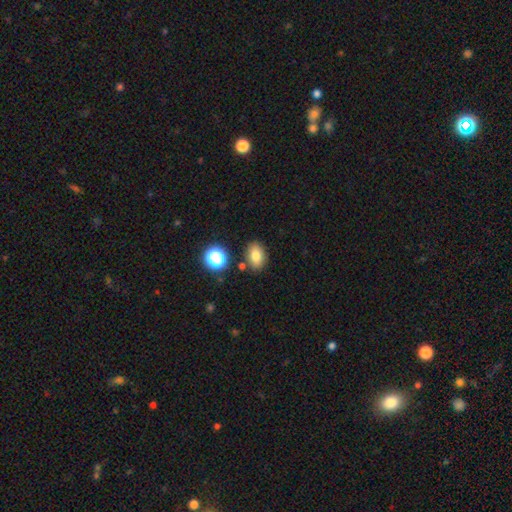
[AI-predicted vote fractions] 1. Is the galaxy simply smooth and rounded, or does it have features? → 79% smooth, 12% star or artifact, 9% featured or disk.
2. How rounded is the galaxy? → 78% in between, 21% round, 1% cigar-shaped.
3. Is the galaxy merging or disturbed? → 82% none, 10% minor disturbance, 5% merger, 3% major disturbance.